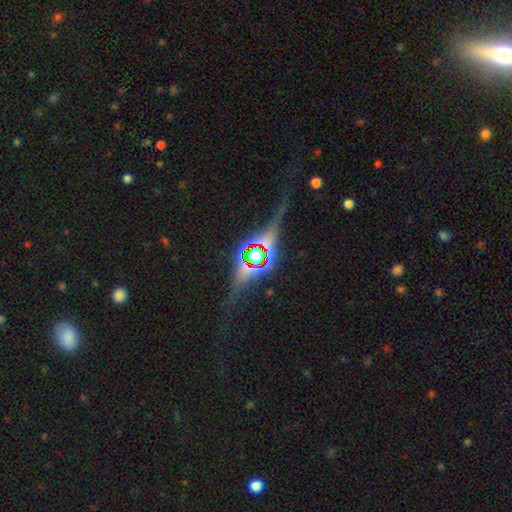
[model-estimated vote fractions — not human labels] Smooth or featured?
  - star or artifact: 63% *
  - featured or disk: 21%
  - smooth: 16%